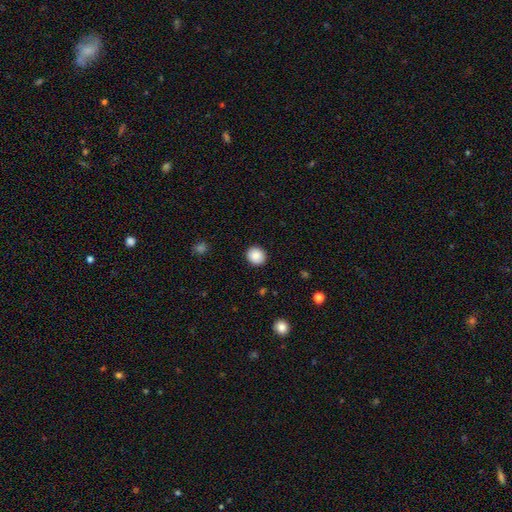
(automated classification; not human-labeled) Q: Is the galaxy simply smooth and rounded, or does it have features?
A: smooth — 87%.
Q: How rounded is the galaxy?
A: round — 78%.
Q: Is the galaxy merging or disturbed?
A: none — 91%.